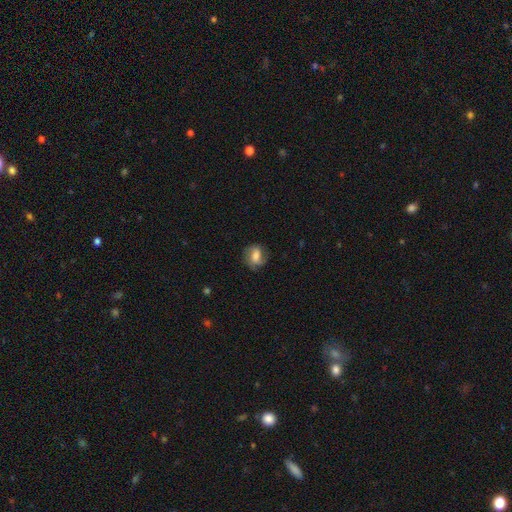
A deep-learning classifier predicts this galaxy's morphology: smooth-or-featured: smooth: 52% | featured or disk: 39% | star or artifact: 9%
  how-rounded: in between: 52% | round: 45% | cigar-shaped: 3%
  merging: none: 68% | minor disturbance: 21% | major disturbance: 9% | merger: 1%